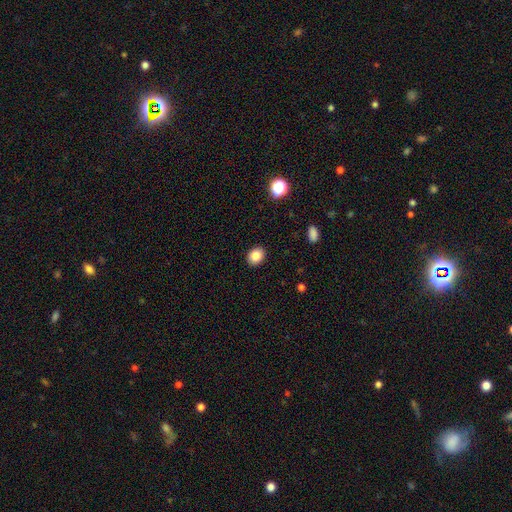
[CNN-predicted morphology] Q: Smooth or featured?
A: smooth (86%); runner-up: star or artifact (9%)
Q: How rounded?
A: in between (51%); runner-up: round (49%)
Q: Merging?
A: none (91%); runner-up: minor disturbance (6%)